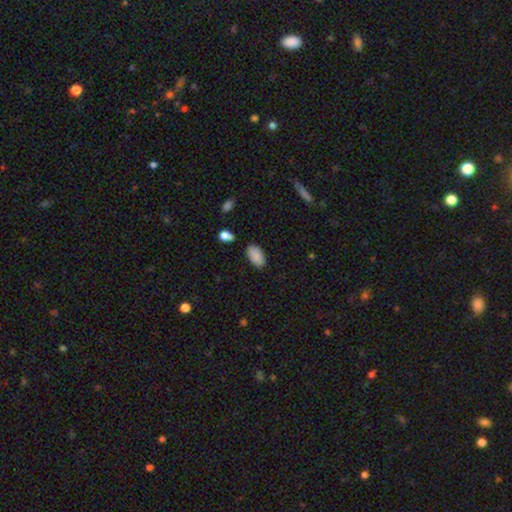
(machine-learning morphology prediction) Smooth or featured? smooth (88%)
How rounded? in between (94%)
Merging? none (83%)